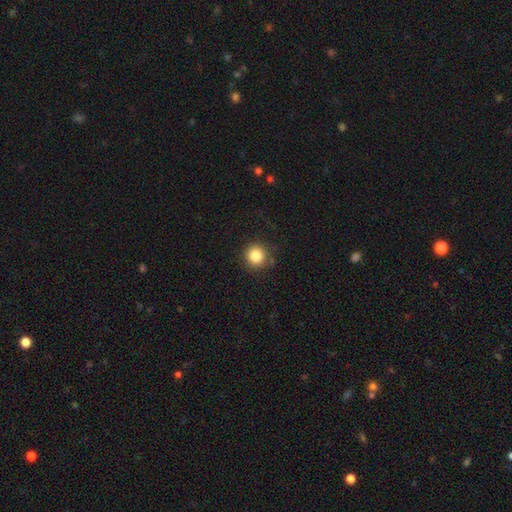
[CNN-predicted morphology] Smooth or featured?
  - smooth: 85% *
  - star or artifact: 10%
  - featured or disk: 5%
How rounded?
  - round: 94% *
  - in between: 5%
  - cigar-shaped: 1%
Merging?
  - none: 83% *
  - minor disturbance: 11%
  - major disturbance: 4%
  - merger: 2%